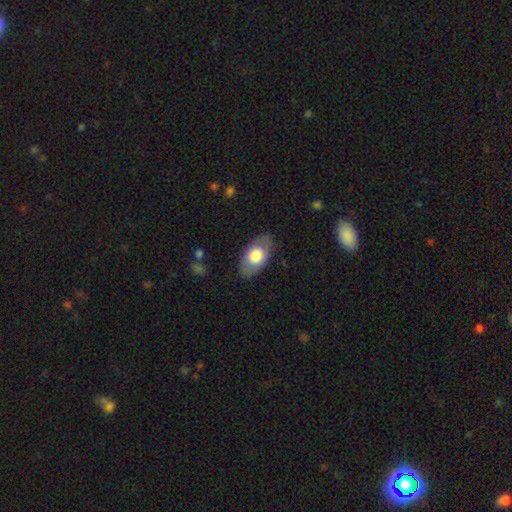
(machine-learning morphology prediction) Q: Smooth or featured?
A: smooth (68%); runner-up: featured or disk (27%)
Q: How rounded?
A: in between (92%); runner-up: round (6%)
Q: Merging?
A: none (81%); runner-up: minor disturbance (14%)